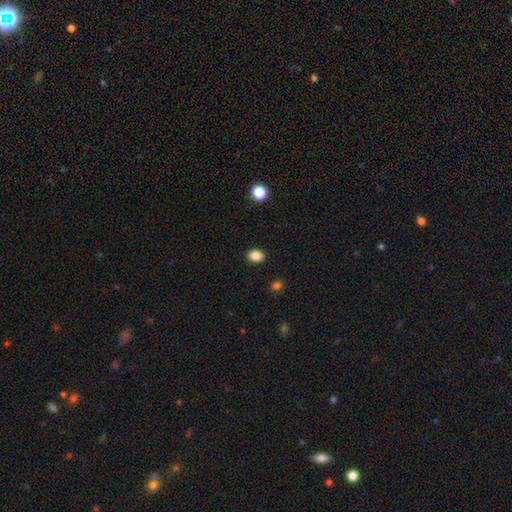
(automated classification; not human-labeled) Smooth or featured? smooth (86%)
How rounded? in between (63%)
Merging? none (90%)